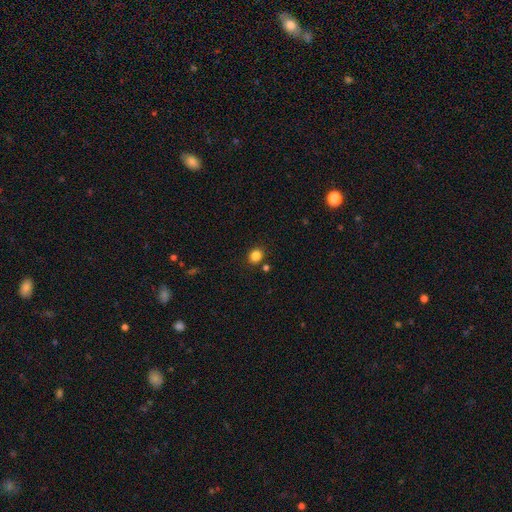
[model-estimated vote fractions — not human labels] A smooth galaxy with no disk features (84%) that is round (71%).

Vote fractions:
- Smooth or featured? smooth: 84% / star or artifact: 12% / featured or disk: 4%
- How rounded? round: 71% / in between: 28% / cigar-shaped: 1%
- Merging? none: 85% / minor disturbance: 8% / merger: 5% / major disturbance: 2%